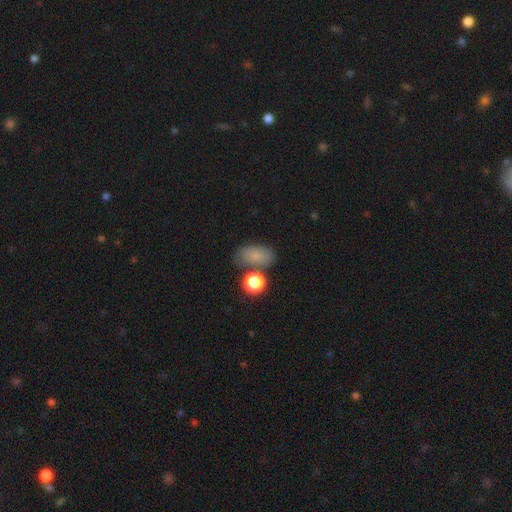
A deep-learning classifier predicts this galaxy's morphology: Smooth or featured? Predicted: smooth (p=0.77). How rounded? Predicted: in between (p=0.84). Merging? Predicted: none (p=0.60).